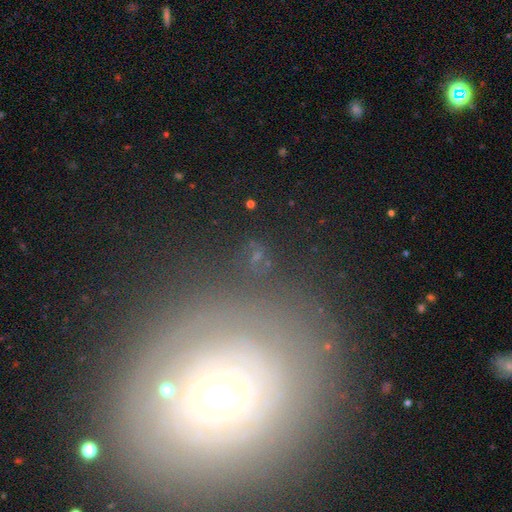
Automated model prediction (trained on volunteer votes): Q: Smooth or featured?
A: star or artifact (46%); runner-up: smooth (32%)